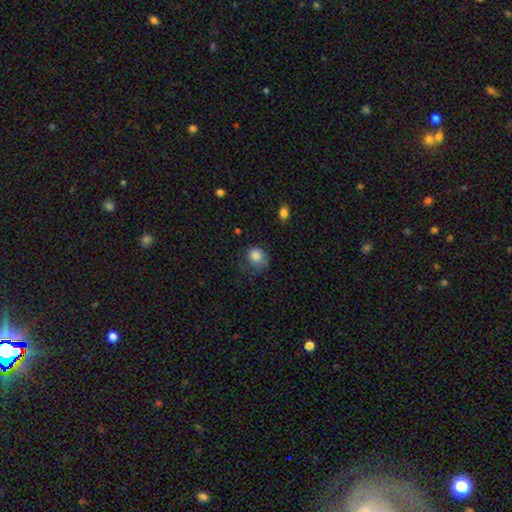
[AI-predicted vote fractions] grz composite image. It shows a smooth galaxy with no disk features (84%) that is round (77%). Merging: none (51%).